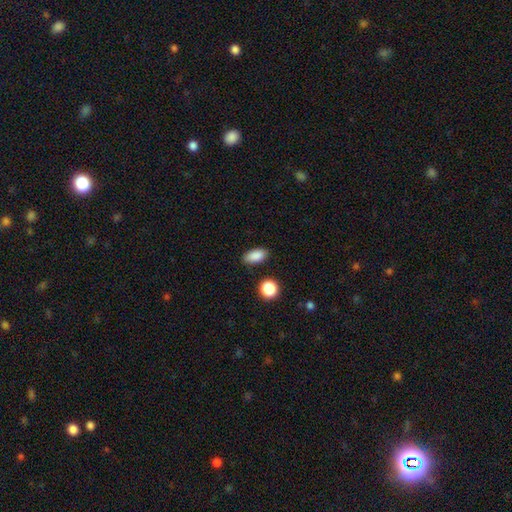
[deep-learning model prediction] smooth 88%, star or artifact 8%, featured or disk 4%. Down the decision tree: how rounded — in between (89%); merging — none (86%).